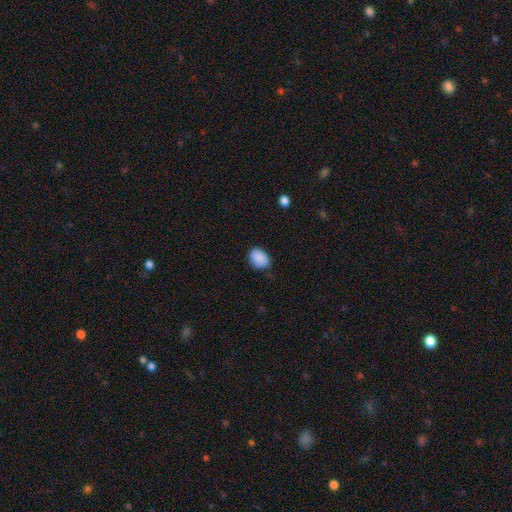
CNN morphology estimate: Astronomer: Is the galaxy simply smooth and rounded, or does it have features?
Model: smooth — 89%.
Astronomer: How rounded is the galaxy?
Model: in between — 67%.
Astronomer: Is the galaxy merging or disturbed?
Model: none — 71%.